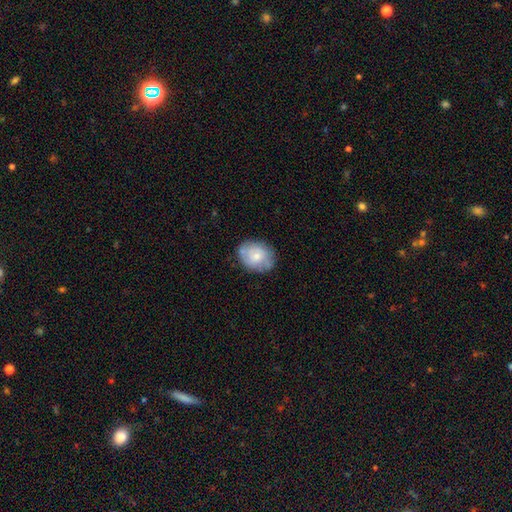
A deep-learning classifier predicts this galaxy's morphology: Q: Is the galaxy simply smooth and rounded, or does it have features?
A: smooth — 58%.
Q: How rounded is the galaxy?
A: in between — 51%.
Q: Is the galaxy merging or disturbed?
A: none — 71%.